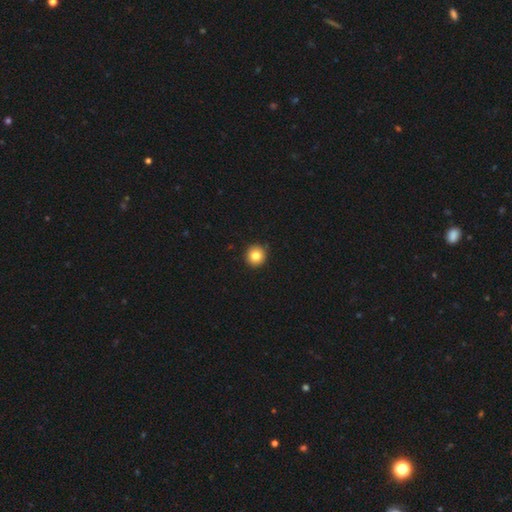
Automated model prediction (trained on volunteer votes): smooth-or-featured: smooth: 82% | star or artifact: 10% | featured or disk: 8%
  how-rounded: round: 95% | in between: 4% | cigar-shaped: 1%
  merging: none: 93% | minor disturbance: 5% | major disturbance: 1% | merger: 1%